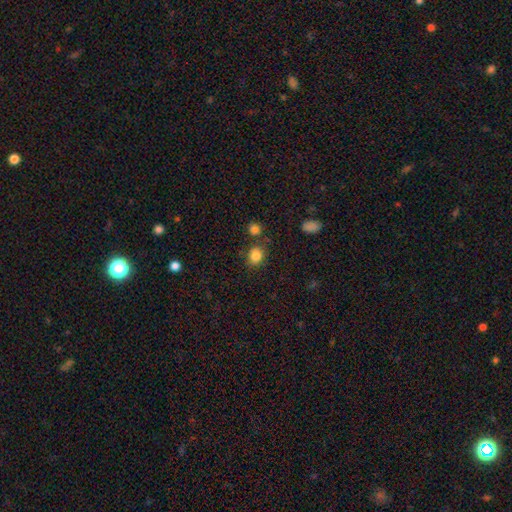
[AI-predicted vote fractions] smooth-or-featured: smooth: 84% | star or artifact: 11% | featured or disk: 5%
  how-rounded: round: 62% | in between: 37% | cigar-shaped: 1%
  merging: none: 75% | minor disturbance: 12% | merger: 9% | major disturbance: 4%